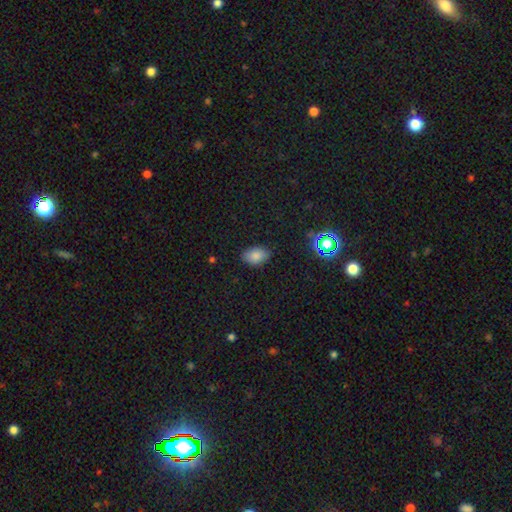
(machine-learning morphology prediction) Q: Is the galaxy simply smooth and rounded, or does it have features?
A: smooth — 81%.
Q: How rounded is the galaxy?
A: in between — 85%.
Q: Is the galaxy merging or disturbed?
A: none — 81%.